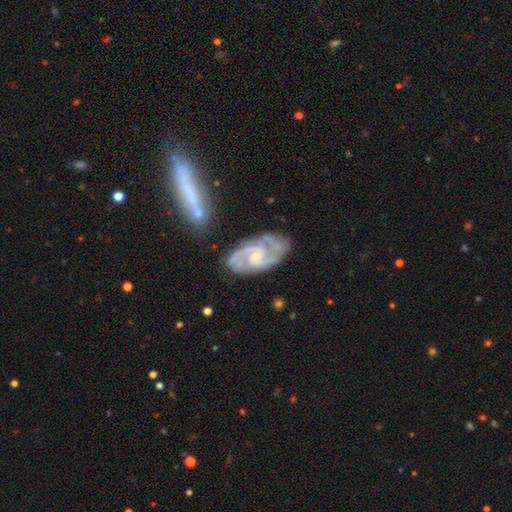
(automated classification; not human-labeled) featured or disk 90%, smooth 6%, star or artifact 5%. Down the decision tree: edge-on disk — no (96%); bar — no (45%); spiral arms — yes (98%); spiral arm count — 2 (72%); spiral winding — medium (51%); bulge size — small (67%); merging — none (71%).